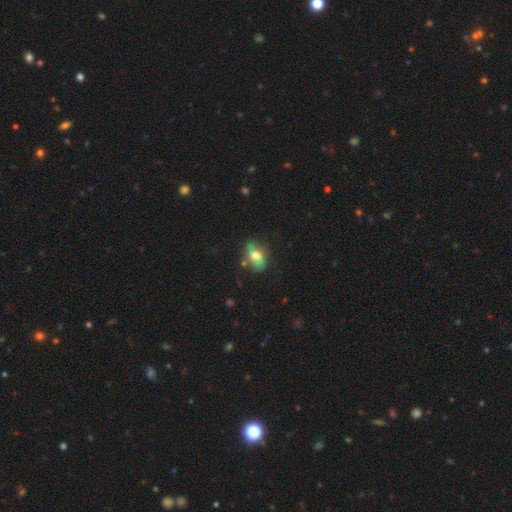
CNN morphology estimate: Q: Smooth or featured?
A: smooth (66%); runner-up: featured or disk (25%)
Q: How rounded?
A: in between (76%); runner-up: round (22%)
Q: Merging?
A: none (72%); runner-up: minor disturbance (19%)